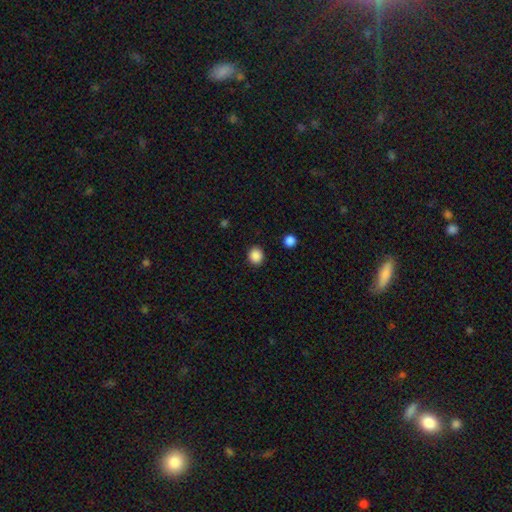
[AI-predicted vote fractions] Overall: smooth (88%). How rounded: round (82%). Merging: none (91%).